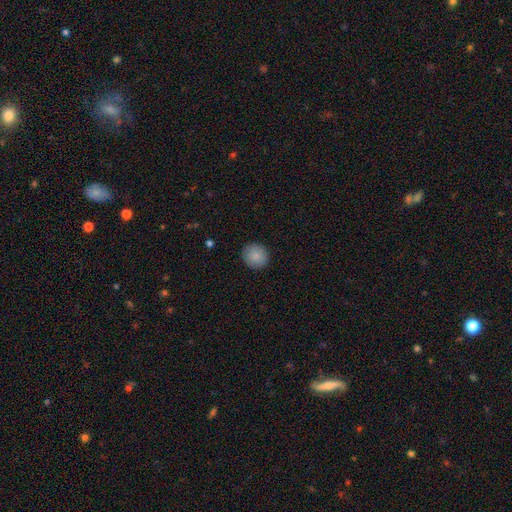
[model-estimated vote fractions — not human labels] A smooth galaxy with no disk features (88%) that is round (91%). Merging: none (91%).